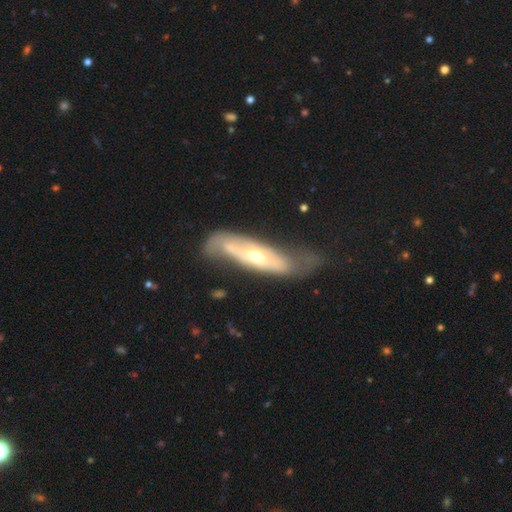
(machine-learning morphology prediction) A featured or disk galaxy (62%).

Vote fractions:
- Smooth or featured? featured or disk: 62% / smooth: 32% / star or artifact: 6%
- Edge-on disk? no: 70% / yes: 30%
- Merging? none: 39% / minor disturbance: 29% / major disturbance: 26% / merger: 6%